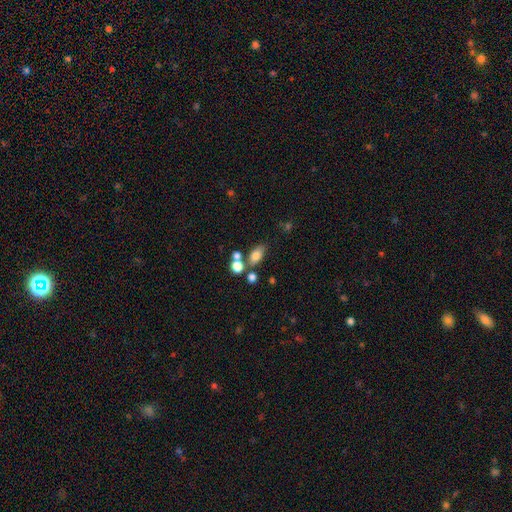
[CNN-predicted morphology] type=smooth (76%); roundness=in between (83%); merging=none (57%).